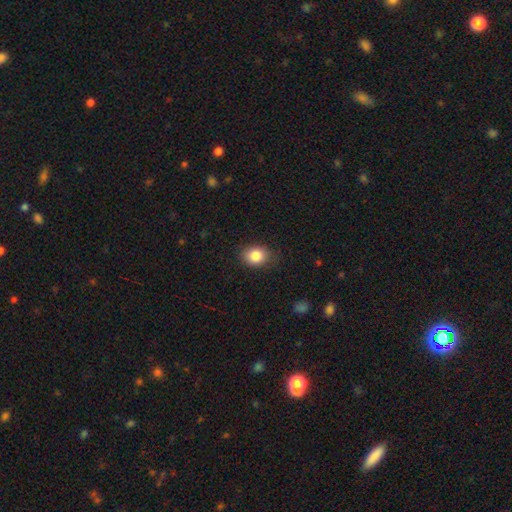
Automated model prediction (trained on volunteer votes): Smooth or featured: smooth — 84% (star or artifact — 9%)
How rounded: in between — 55% (round — 44%)
Merging: none — 81% (minor disturbance — 14%)